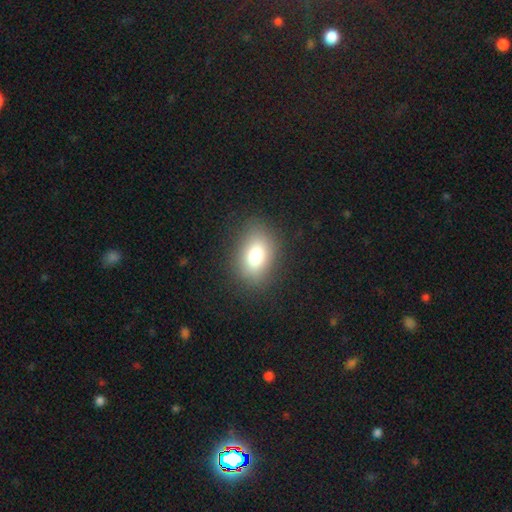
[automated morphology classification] Smooth or featured?
  - smooth: 78% *
  - star or artifact: 11%
  - featured or disk: 11%
How rounded?
  - in between: 77% *
  - round: 21%
  - cigar-shaped: 2%
Merging?
  - none: 84% *
  - minor disturbance: 10%
  - major disturbance: 4%
  - merger: 1%